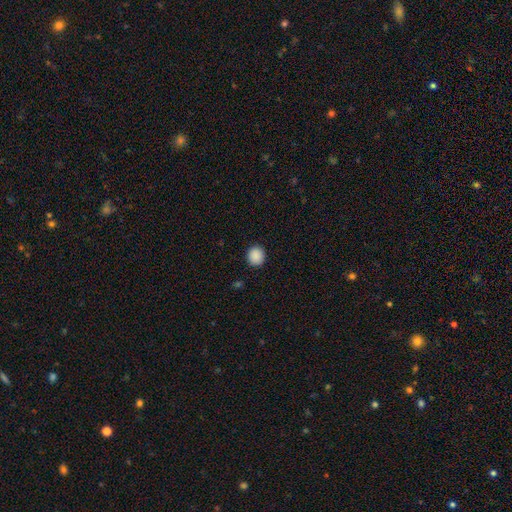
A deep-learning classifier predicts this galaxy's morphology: A smooth galaxy with no disk features (89%) that is round (86%).

Vote fractions:
- Smooth or featured? smooth: 89% / star or artifact: 8% / featured or disk: 2%
- How rounded? round: 86% / in between: 13% / cigar-shaped: 1%
- Merging? none: 92% / minor disturbance: 5% / major disturbance: 2% / merger: 1%